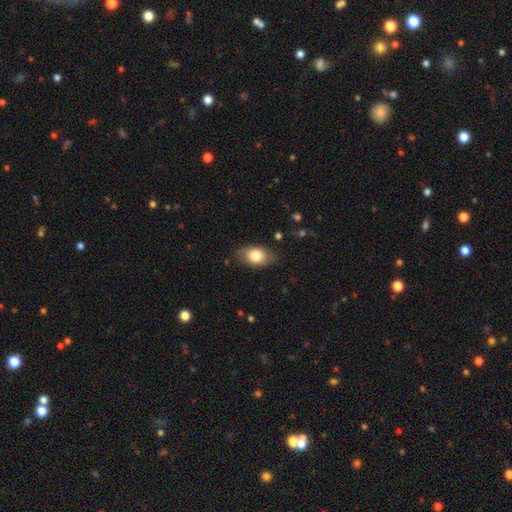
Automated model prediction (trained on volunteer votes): A smooth galaxy with no disk features (80%) that is in between round and cigar-shaped (87%).

Vote fractions:
- Smooth or featured? smooth: 80% / featured or disk: 13% / star or artifact: 7%
- How rounded? in between: 87% / round: 12% / cigar-shaped: 2%
- Merging? none: 81% / minor disturbance: 14% / major disturbance: 3% / merger: 1%